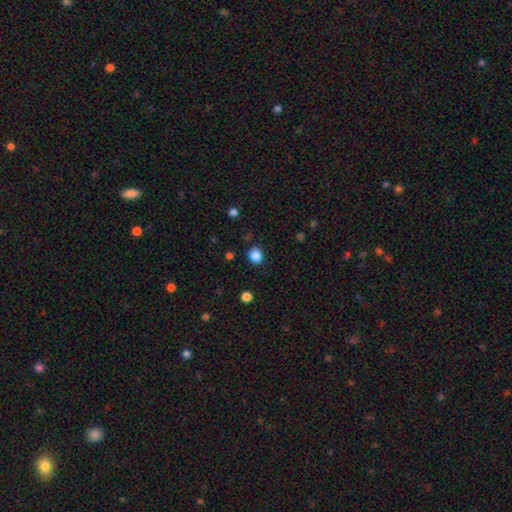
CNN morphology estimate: Smooth or featured? smooth (85%)
How rounded? round (76%)
Merging? none (84%)